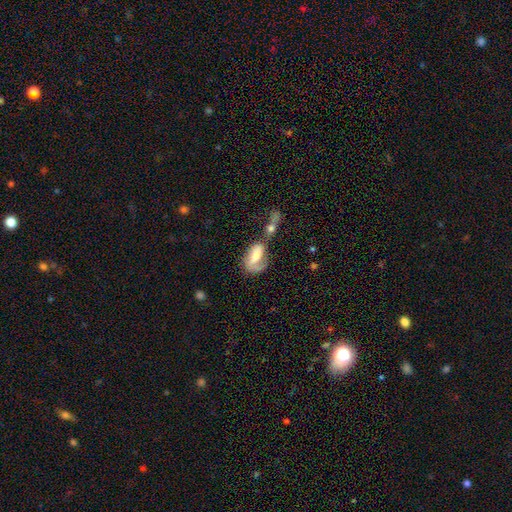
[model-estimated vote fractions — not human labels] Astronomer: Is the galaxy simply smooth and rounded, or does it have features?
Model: featured or disk — 58% (runner-up: smooth, 35%).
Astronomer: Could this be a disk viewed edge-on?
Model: no — 94%.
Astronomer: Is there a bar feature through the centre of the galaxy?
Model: no — 41% (runner-up: weak, 38%).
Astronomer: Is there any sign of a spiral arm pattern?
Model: yes — 74%.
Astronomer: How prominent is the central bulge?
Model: moderate — 65%.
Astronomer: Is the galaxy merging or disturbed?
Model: merger — 36% (runner-up: none, 28%).